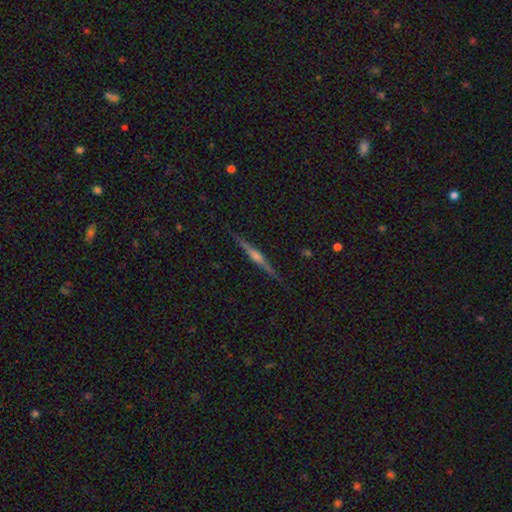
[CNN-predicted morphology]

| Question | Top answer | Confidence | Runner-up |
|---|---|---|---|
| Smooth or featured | featured or disk | 78% | smooth (15%) |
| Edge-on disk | yes | 98% | no (2%) |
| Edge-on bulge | rounded | 70% | boxy (19%) |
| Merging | none | 90% | minor disturbance (7%) |